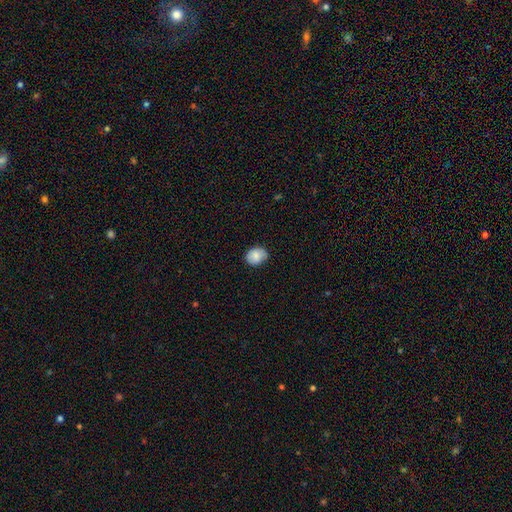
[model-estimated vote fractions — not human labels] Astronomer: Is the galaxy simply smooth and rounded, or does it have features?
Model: smooth — 81%.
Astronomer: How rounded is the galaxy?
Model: in between — 55% (runner-up: round, 44%).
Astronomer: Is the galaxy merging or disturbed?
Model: none — 80%.